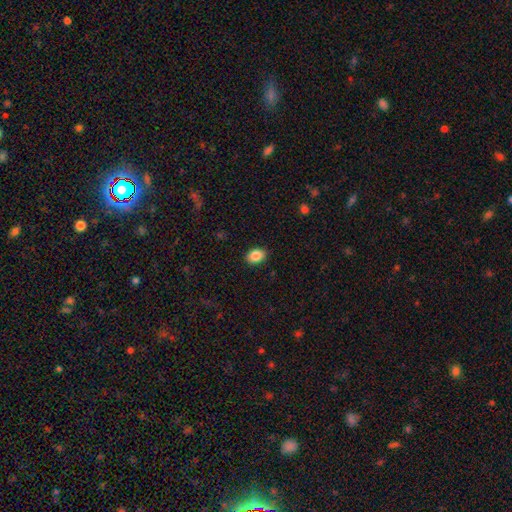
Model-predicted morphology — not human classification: Smooth or featured? smooth (88%)
How rounded? in between (74%)
Merging? none (89%)